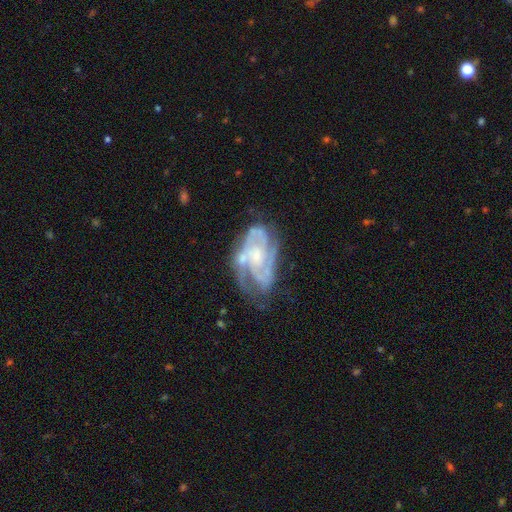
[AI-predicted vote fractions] Smooth or featured: featured or disk — 86% (smooth — 8%)
Edge-on disk: no — 97% (yes — 3%)
Bar: no — 63% (weak — 29%)
Spiral arms: yes — 94% (no — 6%)
Spiral winding: tight — 52% (medium — 39%)
Spiral arm count: 2 — 33% (3 — 29%)
Bulge size: small — 57% (moderate — 31%)
Merging: none — 53% (minor disturbance — 24%)